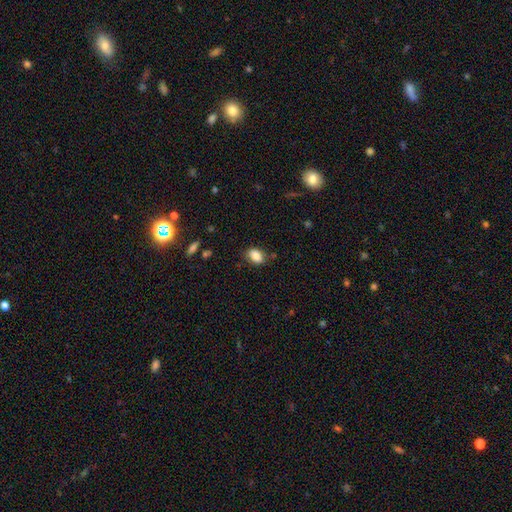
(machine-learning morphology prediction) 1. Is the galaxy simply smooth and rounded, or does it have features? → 86% smooth, 8% star or artifact, 5% featured or disk.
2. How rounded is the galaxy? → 85% in between, 13% round, 2% cigar-shaped.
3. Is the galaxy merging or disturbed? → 78% none, 16% minor disturbance, 4% major disturbance, 3% merger.